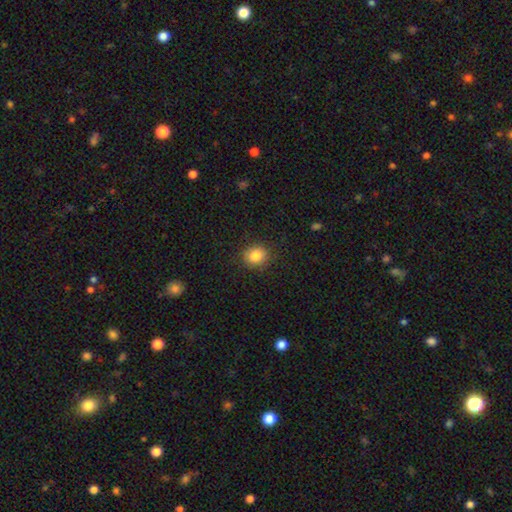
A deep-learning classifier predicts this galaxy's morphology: A smooth galaxy with no disk features (84%) that is round (77%). Merging: none (86%).